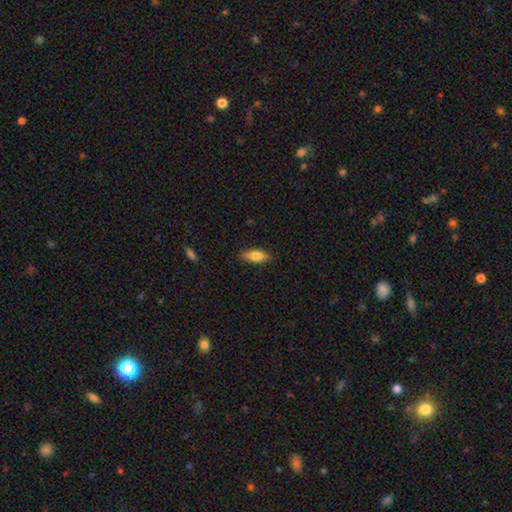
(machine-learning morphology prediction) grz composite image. It shows a smooth galaxy with no disk features (69%) that is in between round and cigar-shaped (65%). Merging: none (86%).